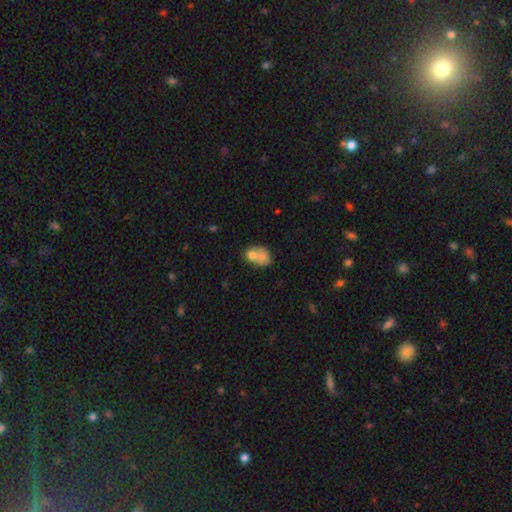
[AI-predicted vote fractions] Overall: smooth (67%). How rounded: in between (64%; round 34%). Merging: merger (50%; none 27%).